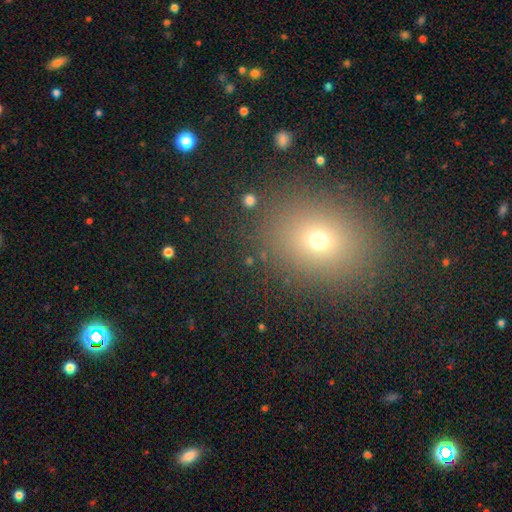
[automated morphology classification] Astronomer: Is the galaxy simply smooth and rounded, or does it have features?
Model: smooth — 62%.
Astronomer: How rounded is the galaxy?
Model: round — 55% (runner-up: in between, 44%).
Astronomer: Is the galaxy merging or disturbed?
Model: none — 89%.